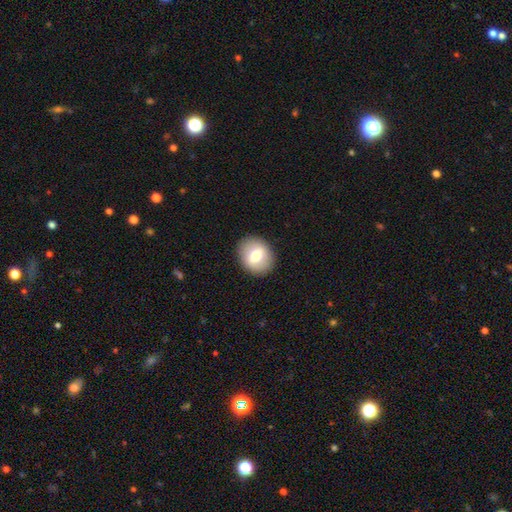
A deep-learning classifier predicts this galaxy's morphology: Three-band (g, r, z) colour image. It shows a smooth galaxy with no disk features (69%) that is round (58%). Merging: none (90%).